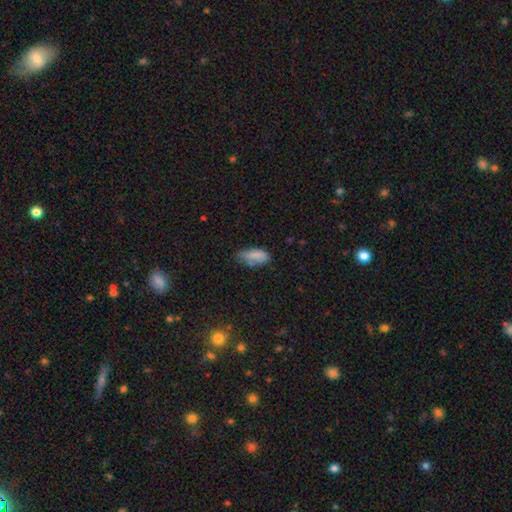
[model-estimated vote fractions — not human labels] smooth-or-featured: smooth: 82% | featured or disk: 9% | star or artifact: 9%
  how-rounded: in between: 86% | cigar-shaped: 11% | round: 3%
  merging: none: 45% | minor disturbance: 39% | major disturbance: 12% | merger: 4%